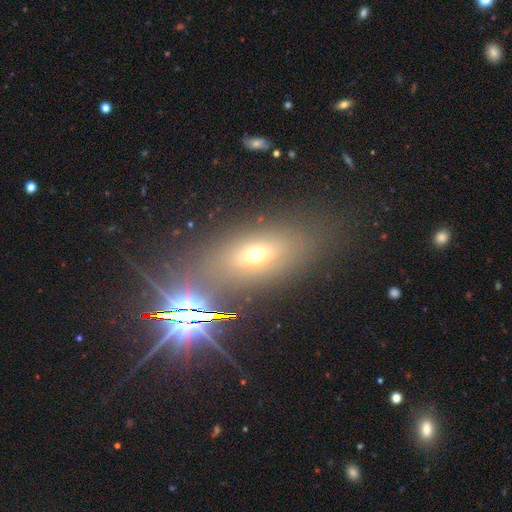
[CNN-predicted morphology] smooth_or_featured: smooth (p=0.49) [alt: star or artifact p=0.29]
merging: none (p=0.76) [alt: minor disturbance p=0.12]